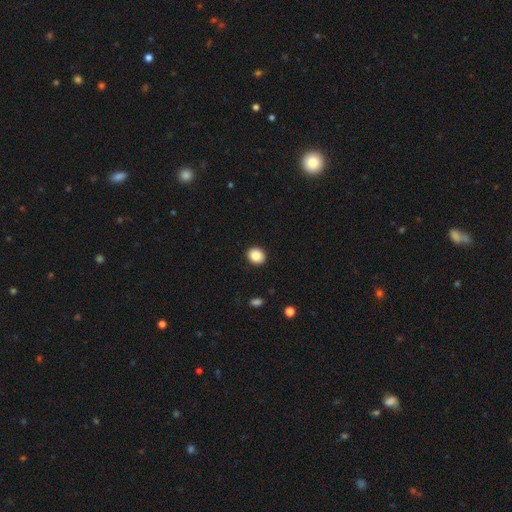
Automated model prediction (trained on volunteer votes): Smooth or featured? Predicted: smooth (p=0.86). How rounded? Predicted: round (p=0.73). Merging? Predicted: none (p=0.92).